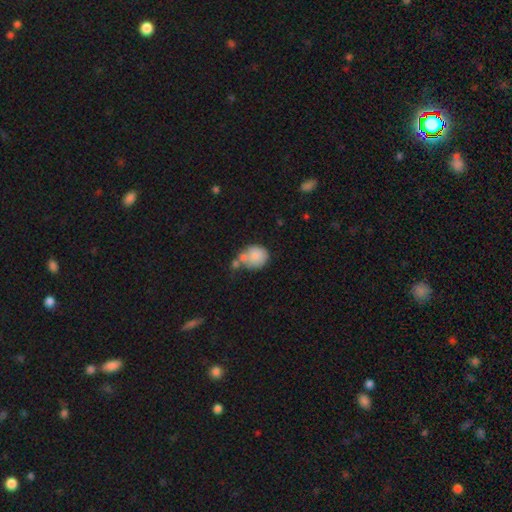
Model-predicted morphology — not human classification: A smooth galaxy with no disk features (79%) that is round (72%). Merging: none (40%).